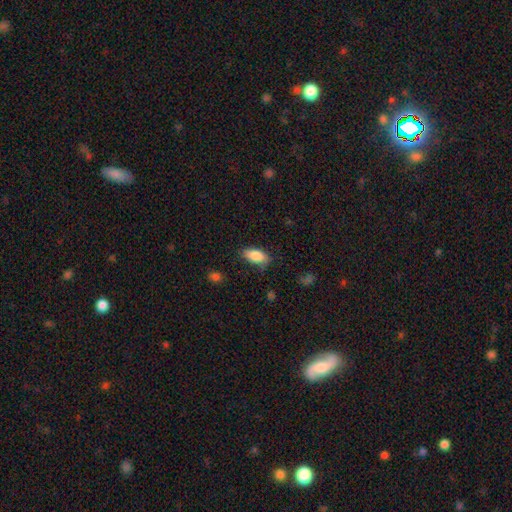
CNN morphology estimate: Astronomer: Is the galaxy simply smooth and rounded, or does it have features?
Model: smooth — 86%.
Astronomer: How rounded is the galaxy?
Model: in between — 91%.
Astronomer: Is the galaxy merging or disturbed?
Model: none — 75%.